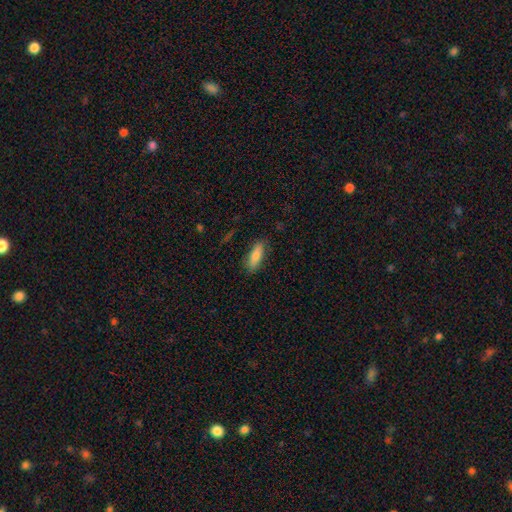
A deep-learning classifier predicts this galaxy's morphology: Overall: smooth (81%). How rounded: in between (61%; cigar-shaped 37%). Merging: none (84%).